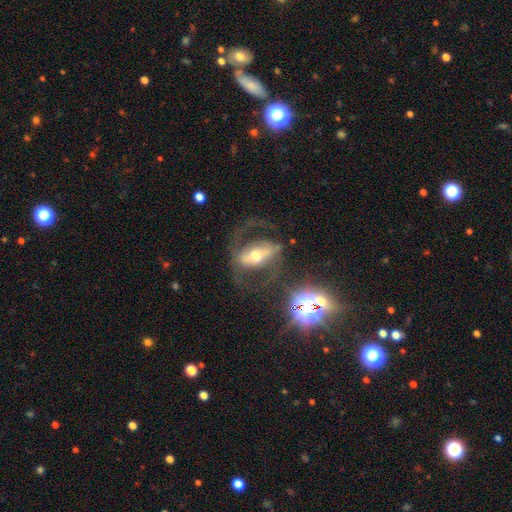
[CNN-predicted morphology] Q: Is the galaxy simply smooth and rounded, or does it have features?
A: featured or disk — 73%.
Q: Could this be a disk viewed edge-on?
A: no — 87%.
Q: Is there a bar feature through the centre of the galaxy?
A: strong — 60%.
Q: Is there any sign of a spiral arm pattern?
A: yes — 67%.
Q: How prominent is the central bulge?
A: moderate — 66%.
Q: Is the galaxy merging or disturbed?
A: none — 56%.